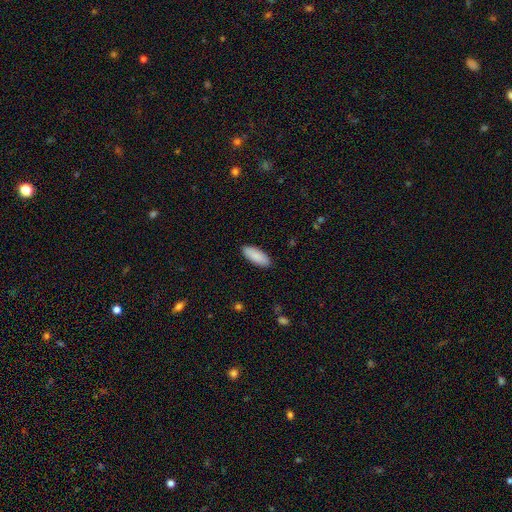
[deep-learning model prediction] A smooth galaxy with no disk features (89%) that is in between round and cigar-shaped (79%). Merging: none (89%).